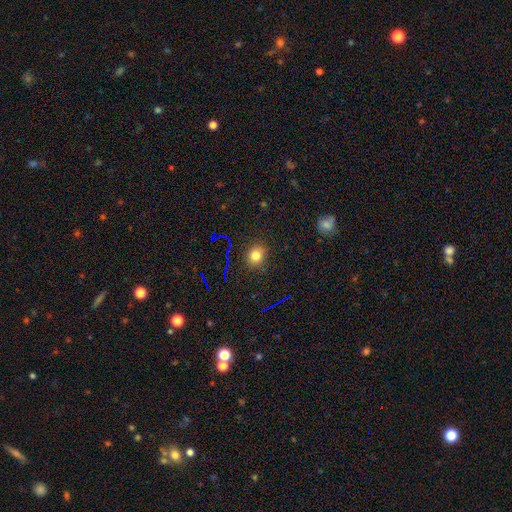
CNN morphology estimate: Smooth or featured? Predicted: smooth (p=0.74). How rounded? Predicted: round (p=0.76). Merging? Predicted: none (p=0.85).